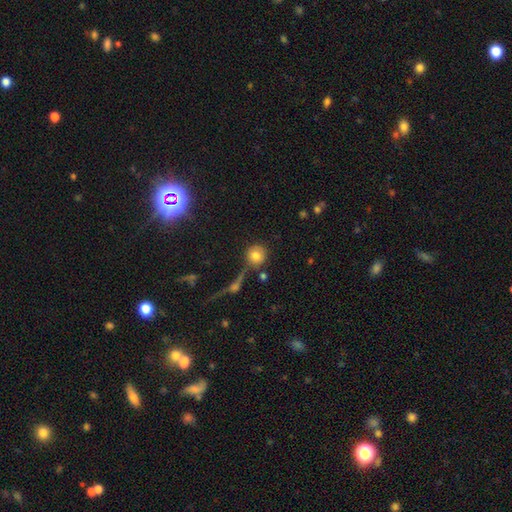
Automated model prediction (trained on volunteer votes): A smooth galaxy with no disk features (77%) that is round (90%). Merging: none (69%).